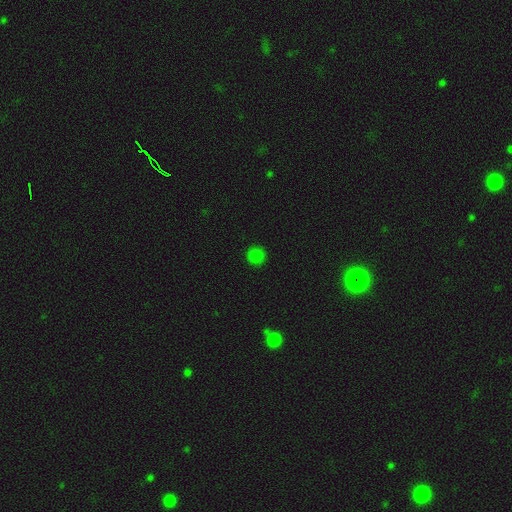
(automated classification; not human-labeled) Smooth or featured? Predicted: smooth (p=0.82). How rounded? Predicted: round (p=0.94). Merging? Predicted: none (p=0.91).